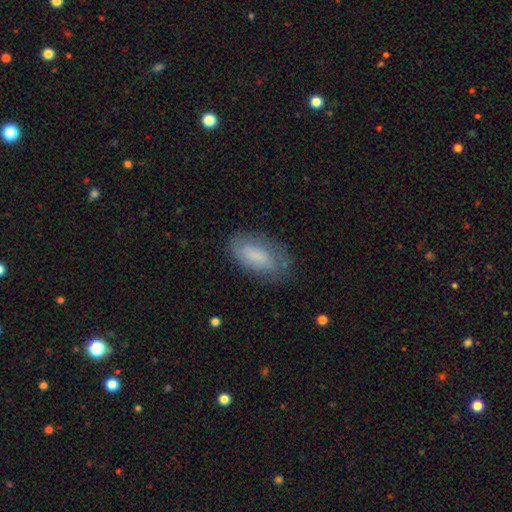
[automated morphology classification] Smooth or featured? smooth (67%)
How rounded? in between (91%)
Merging? none (65%)